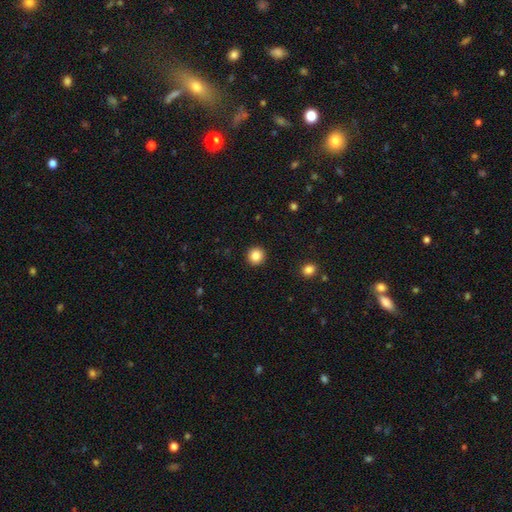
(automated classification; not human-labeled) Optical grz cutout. It shows a smooth galaxy with no disk features (84%) that is round (95%). Merging: none (93%).